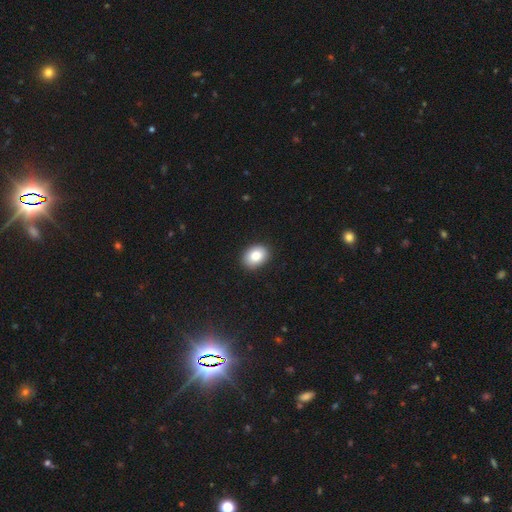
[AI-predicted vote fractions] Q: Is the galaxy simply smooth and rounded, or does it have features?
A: smooth — 84%.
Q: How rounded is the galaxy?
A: in between — 69%.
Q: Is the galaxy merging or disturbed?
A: none — 90%.